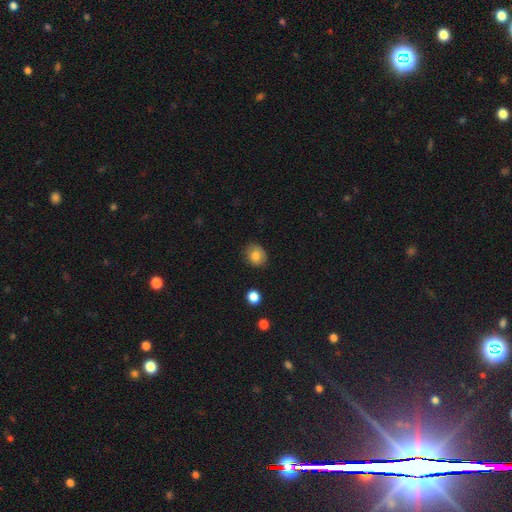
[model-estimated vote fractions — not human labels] Overall: smooth (79%). How rounded: round (64%; in between 36%). Merging: none (82%).